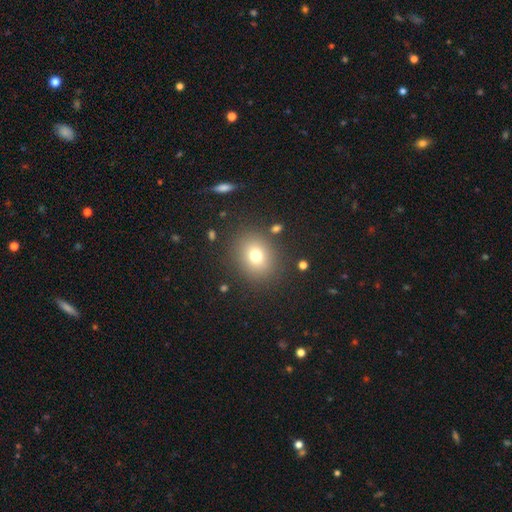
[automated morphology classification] This is likely a smooth galaxy (73%). How rounded: likely round (66%). Merging: clearly none (85%).